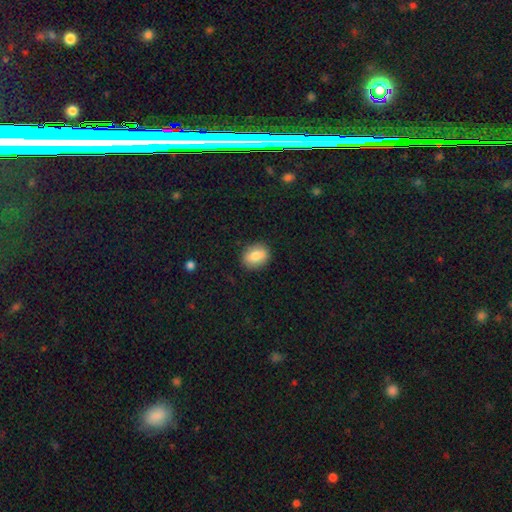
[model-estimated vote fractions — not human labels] Morphology: type=smooth (79%); roundness=round (54%); merging=none (88%).